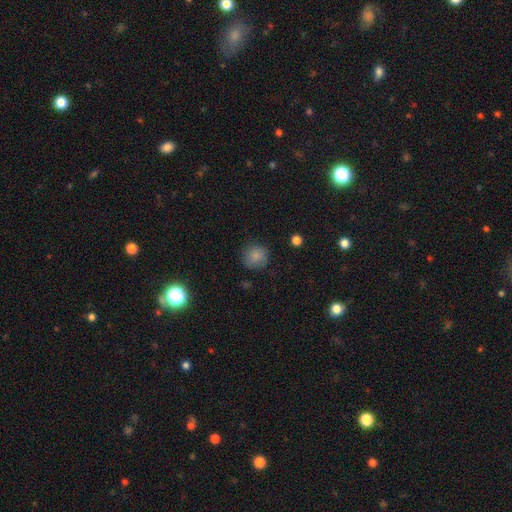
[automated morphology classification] The model was most divided on "merging": none: 81%, minor disturbance: 14%, major disturbance: 4%, merger: 1%. More confident: how rounded — round (88%); smooth or featured — smooth (84%).